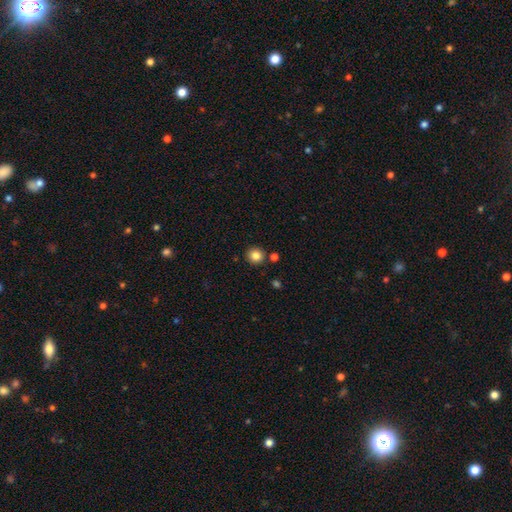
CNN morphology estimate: Smooth or featured? Predicted: smooth (p=0.84). How rounded? Predicted: round (p=0.93). Merging? Predicted: none (p=0.87).